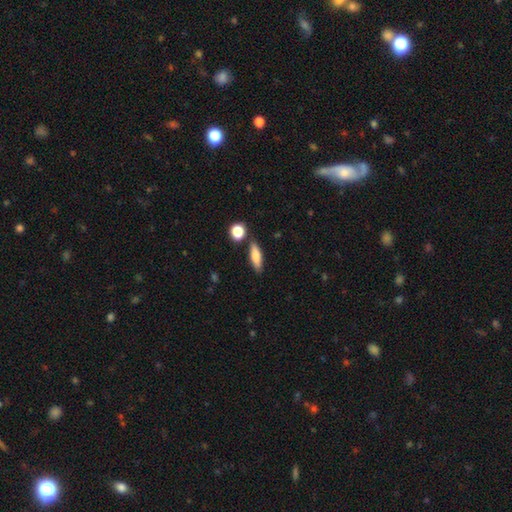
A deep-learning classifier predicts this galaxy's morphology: This appears to be a smooth galaxy with no disk features (76%) that is in between round and cigar-shaped (49%). Merging: none (80%).